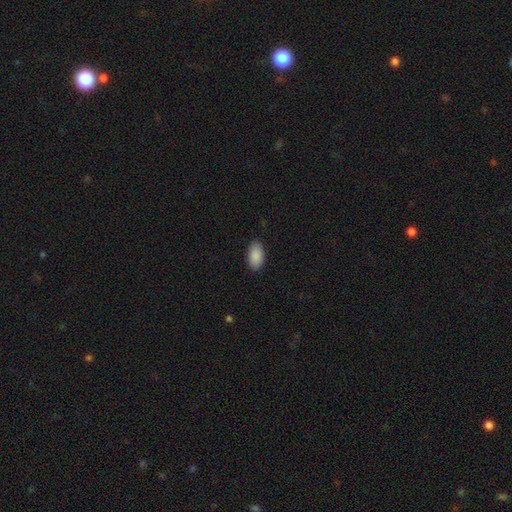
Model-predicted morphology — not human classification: Smooth or featured?
  - smooth: 90% *
  - star or artifact: 6%
  - featured or disk: 3%
How rounded?
  - in between: 95% *
  - cigar-shaped: 3%
  - round: 3%
Merging?
  - none: 88% *
  - minor disturbance: 9%
  - major disturbance: 2%
  - merger: 1%